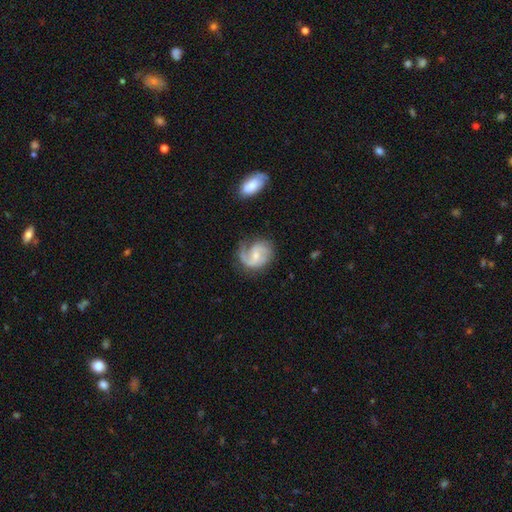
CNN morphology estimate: This is likely a featured or disk galaxy (79%). It is clearly not viewed edge-on (98%). Bar: possibly no (54%). Spiral arm pattern: clearly yes (95%). Spiral arm count: possibly 2 (56%). Spiral winding: possibly medium (47%). Central bulge: possibly small (60%). Merging: possibly none (59%).